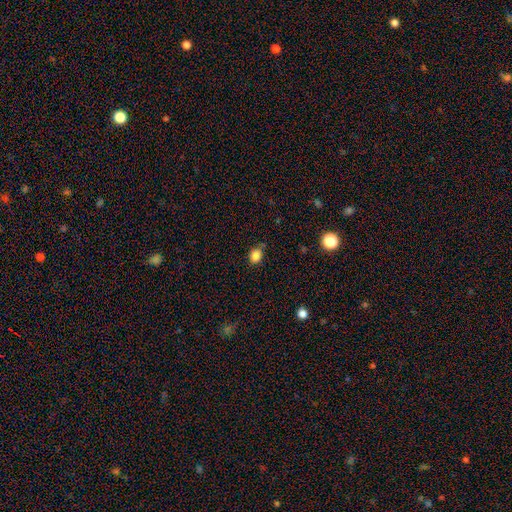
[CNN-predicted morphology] This appears to be a smooth galaxy with no disk features (84%) that is in between round and cigar-shaped (50%). Merging: none (69%).